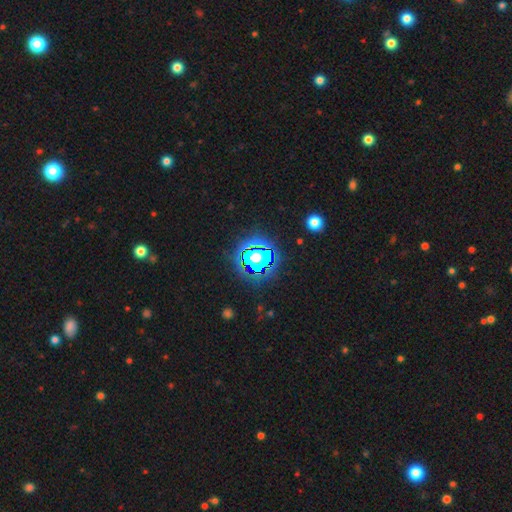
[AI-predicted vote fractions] A star or artifact, not a galaxy (62%).

Vote fractions:
- Smooth or featured? star or artifact: 62% / smooth: 24% / featured or disk: 14%